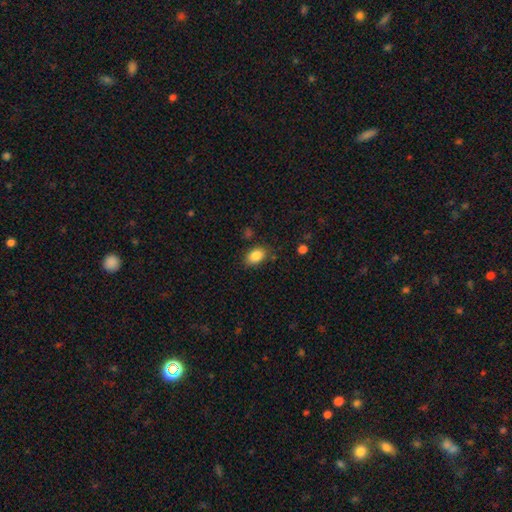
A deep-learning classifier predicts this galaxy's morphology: smooth 86%, star or artifact 8%, featured or disk 6%. Down the decision tree: how rounded — in between (86%); merging — none (81%).